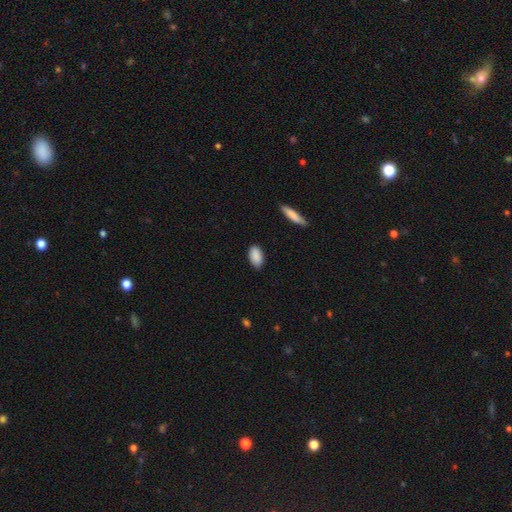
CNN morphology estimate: Smooth or featured? Predicted: smooth (p=0.90). How rounded? Predicted: in between (p=0.93). Merging? Predicted: none (p=0.86).